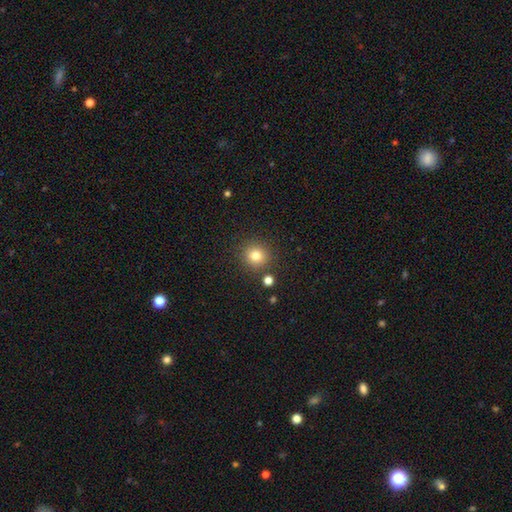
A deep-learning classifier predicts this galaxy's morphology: The model was most divided on "smooth or featured": smooth: 80%, star or artifact: 13%, featured or disk: 7%. More confident: how rounded — round (91%); merging — none (86%).